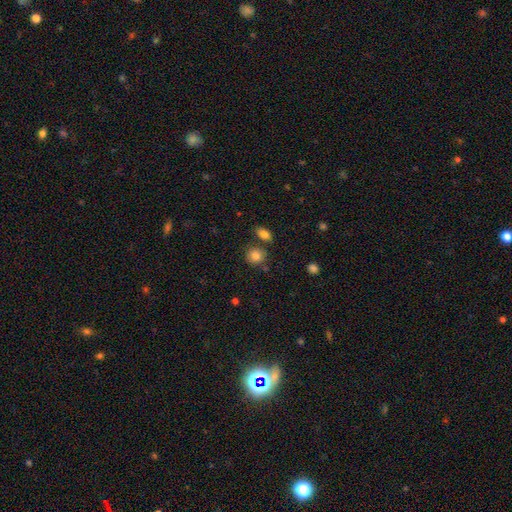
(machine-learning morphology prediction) Overall: smooth (83%). How rounded: round (77%). Merging: none (72%).